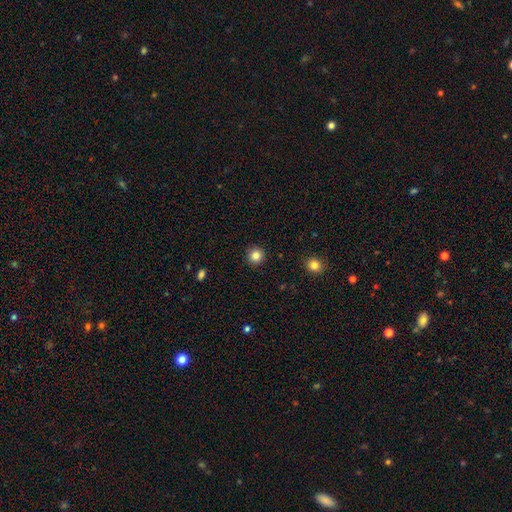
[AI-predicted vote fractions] This appears to be a smooth galaxy with no disk features (84%) that is round (95%). Merging: none (92%).